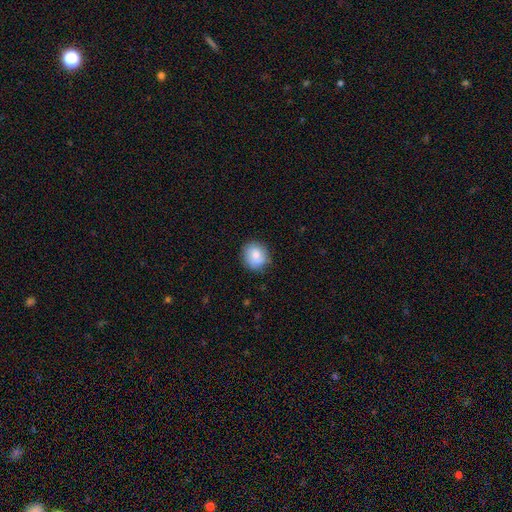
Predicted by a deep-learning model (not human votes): Morphology: type=smooth (80%); roundness=round (82%); merging=none (80%).